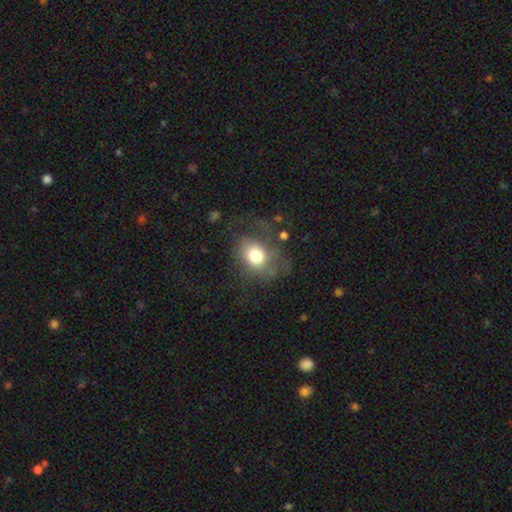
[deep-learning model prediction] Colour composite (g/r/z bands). It shows a smooth galaxy with no disk features (68%) that is round (50%). Merging: none (48%).